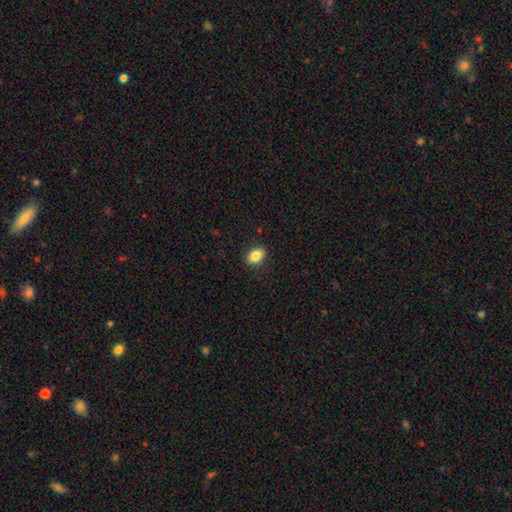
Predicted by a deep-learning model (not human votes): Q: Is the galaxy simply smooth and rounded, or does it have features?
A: smooth — 84%.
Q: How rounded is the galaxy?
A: in between — 77%.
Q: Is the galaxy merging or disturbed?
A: none — 88%.